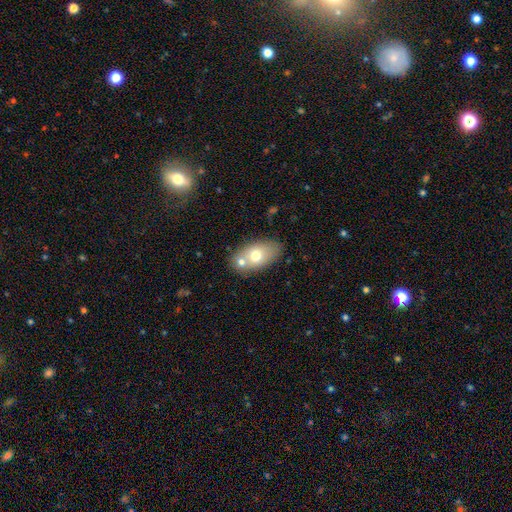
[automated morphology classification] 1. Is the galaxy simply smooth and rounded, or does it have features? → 66% smooth, 26% featured or disk, 8% star or artifact.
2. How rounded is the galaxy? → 89% in between, 9% round, 2% cigar-shaped.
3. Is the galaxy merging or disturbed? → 57% none, 26% merger, 13% minor disturbance, 4% major disturbance.